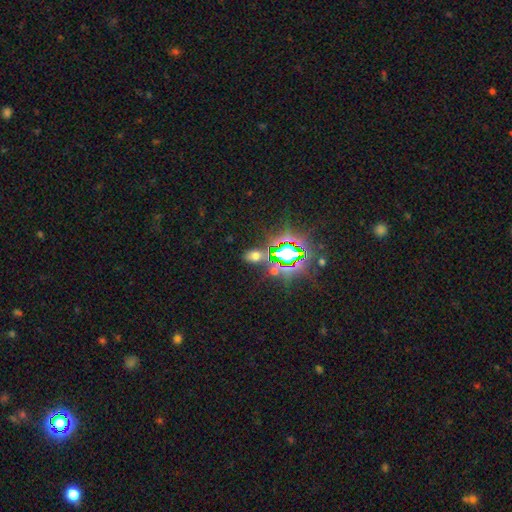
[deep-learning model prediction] Smooth or featured?
  - smooth: 46% *
  - star or artifact: 45%
  - featured or disk: 9%
Merging?
  - none: 77% *
  - minor disturbance: 11%
  - merger: 7%
  - major disturbance: 5%